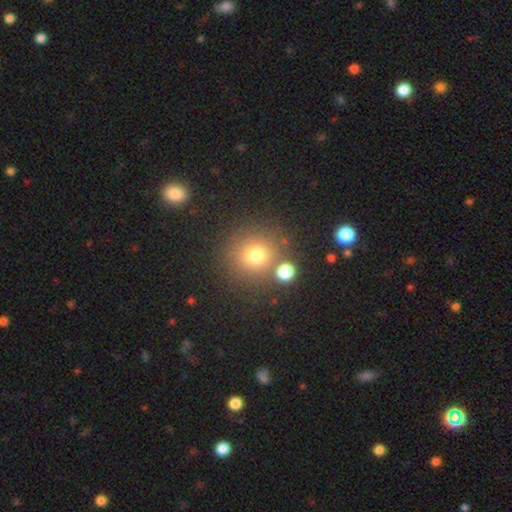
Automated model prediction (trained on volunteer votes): This appears to be a smooth galaxy with no disk features (73%) that is round (90%). Merging: none (74%).